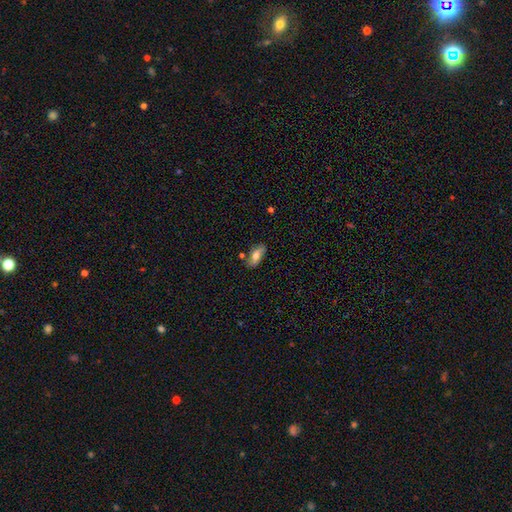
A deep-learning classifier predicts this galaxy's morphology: Q: Smooth or featured?
A: smooth (68%); runner-up: featured or disk (25%)
Q: How rounded?
A: in between (84%); runner-up: cigar-shaped (12%)
Q: Merging?
A: none (74%); runner-up: minor disturbance (17%)